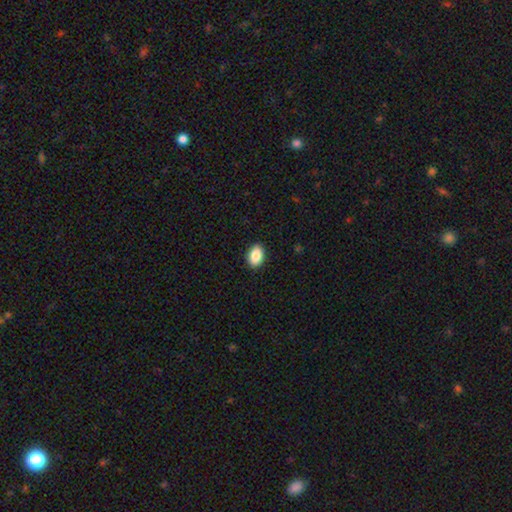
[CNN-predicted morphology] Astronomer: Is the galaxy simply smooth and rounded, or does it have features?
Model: smooth — 88%.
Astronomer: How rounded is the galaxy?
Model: in between — 85%.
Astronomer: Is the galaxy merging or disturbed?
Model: none — 91%.